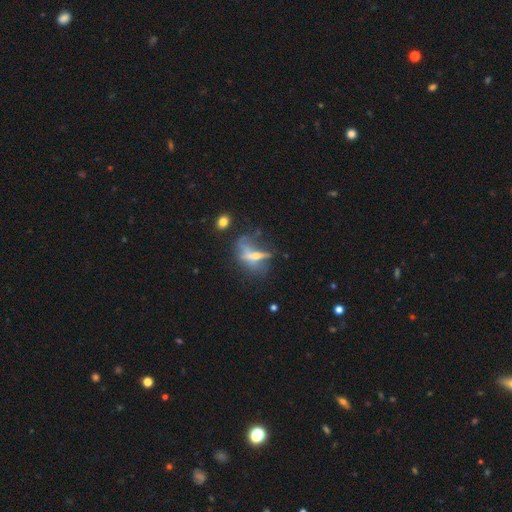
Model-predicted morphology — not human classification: This appears to be a featured or disk galaxy (57%). Merging: major disturbance (35%, tied with none).